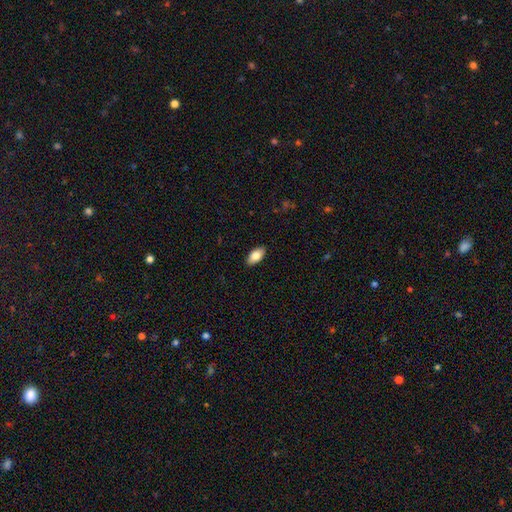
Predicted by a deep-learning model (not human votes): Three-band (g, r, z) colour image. It shows a smooth galaxy with no disk features (83%) that is in between round and cigar-shaped (93%). Merging: none (90%).